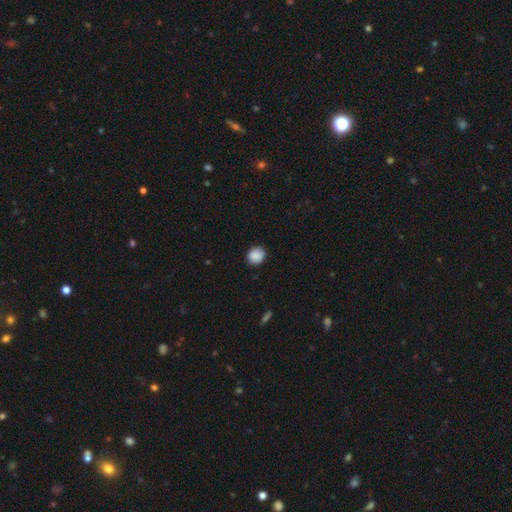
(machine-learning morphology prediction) smooth_or_featured: smooth (p=0.88) [alt: star or artifact p=0.08]
how_rounded: round (p=0.78) [alt: in between p=0.21]
merging: none (p=0.86) [alt: minor disturbance p=0.11]